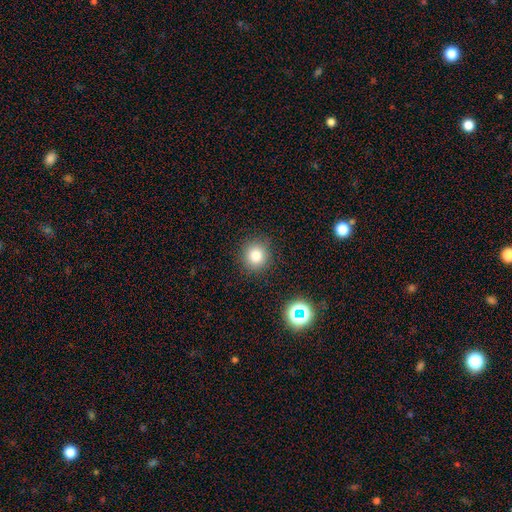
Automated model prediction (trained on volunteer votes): Q: Smooth or featured?
A: smooth (81%); runner-up: star or artifact (13%)
Q: How rounded?
A: round (89%); runner-up: in between (11%)
Q: Merging?
A: none (89%); runner-up: minor disturbance (7%)